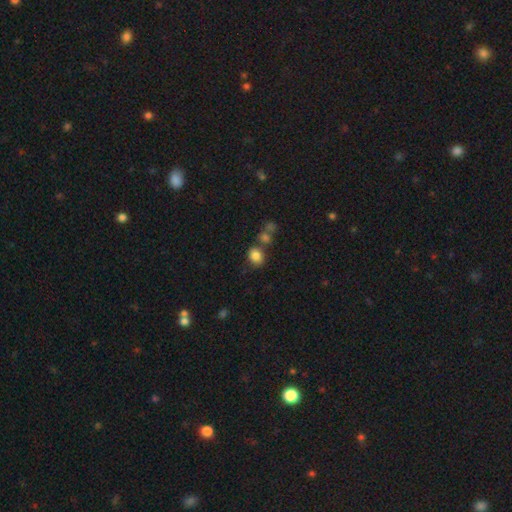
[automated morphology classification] Smooth or featured? Predicted: smooth (p=0.83). How rounded? Predicted: round (p=0.63). Merging? Predicted: none (p=0.65).